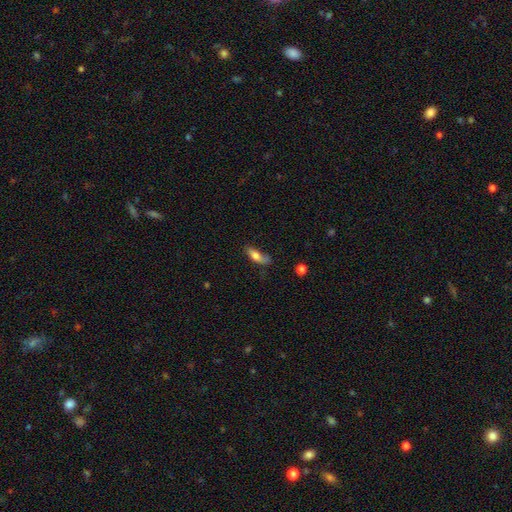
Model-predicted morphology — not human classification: Smooth or featured? Predicted: smooth (p=0.65). How rounded? Predicted: in between (p=0.59). Merging? Predicted: none (p=0.48).